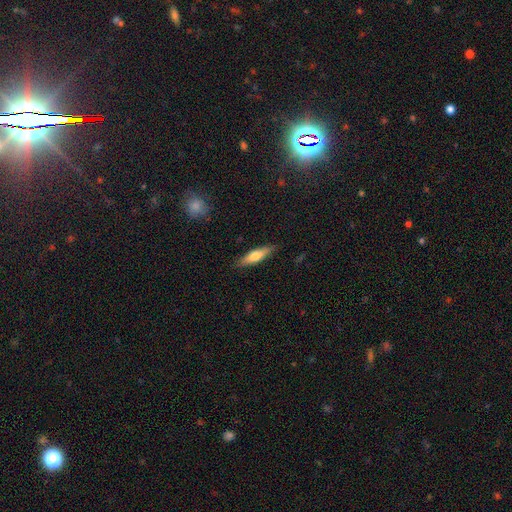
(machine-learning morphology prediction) This appears to be a smooth galaxy with no disk features (62%) that is cigar-shaped (71%). Merging: none (87%).